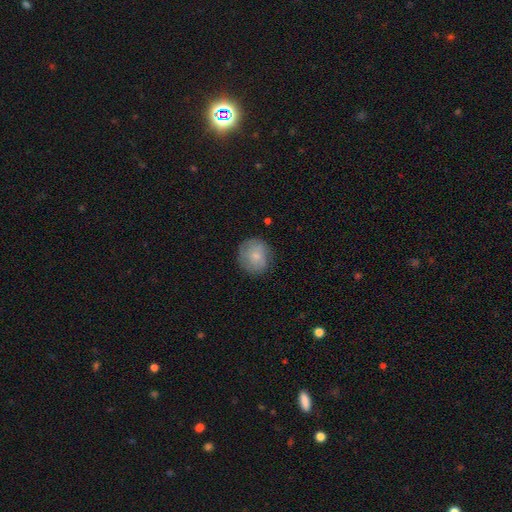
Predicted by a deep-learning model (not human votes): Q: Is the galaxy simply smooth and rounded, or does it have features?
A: smooth — 74%.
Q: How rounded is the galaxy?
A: round — 90%.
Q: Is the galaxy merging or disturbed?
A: none — 78%.